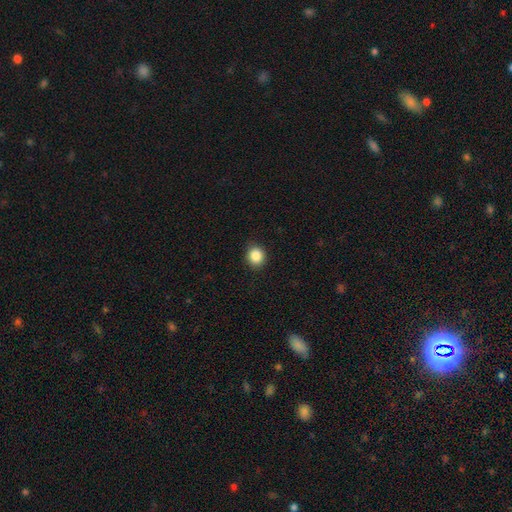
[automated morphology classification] A smooth galaxy with no disk features (87%) that is round (81%). Merging: none (90%).